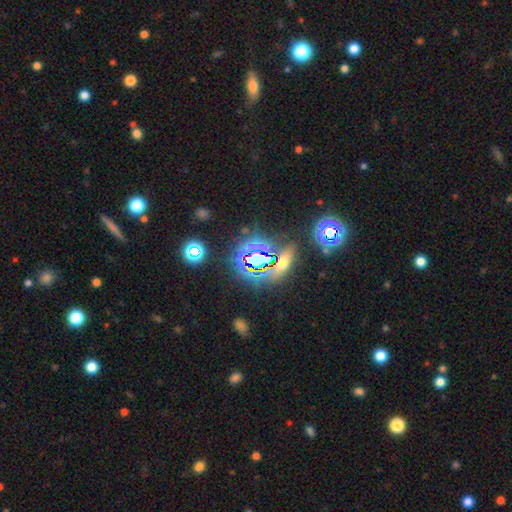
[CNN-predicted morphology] A star or artifact, not a galaxy (68%).

Vote fractions:
- Smooth or featured? star or artifact: 68% / smooth: 21% / featured or disk: 11%